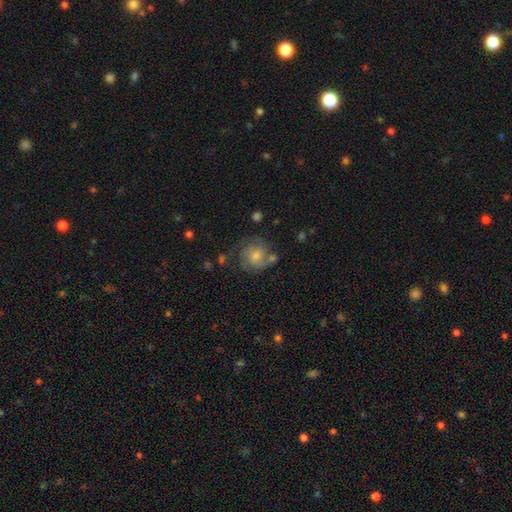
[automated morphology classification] A featured or disk galaxy (50%).

Vote fractions:
- Smooth or featured? featured or disk: 50% / smooth: 39% / star or artifact: 11%
- Merging? none: 61% / minor disturbance: 20% / major disturbance: 10% / merger: 9%